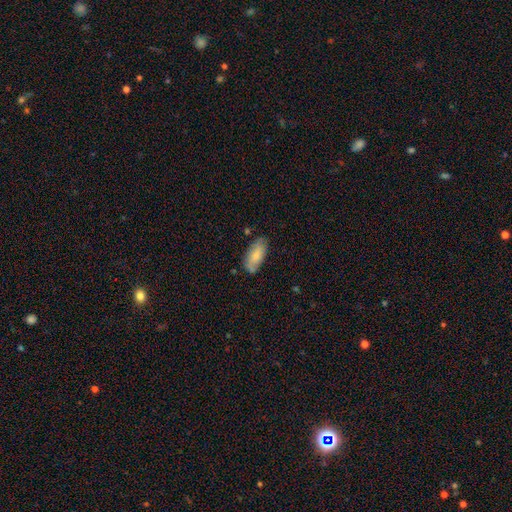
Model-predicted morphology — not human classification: type=smooth (76%); roundness=in between (89%); merging=none (73%).